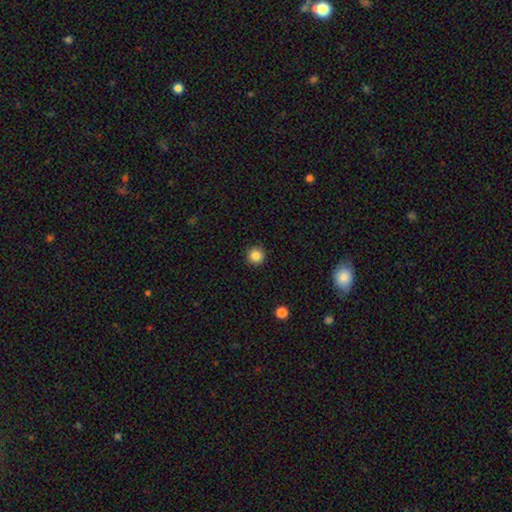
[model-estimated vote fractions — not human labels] Morphology: type=smooth (85%); roundness=round (95%); merging=none (91%).